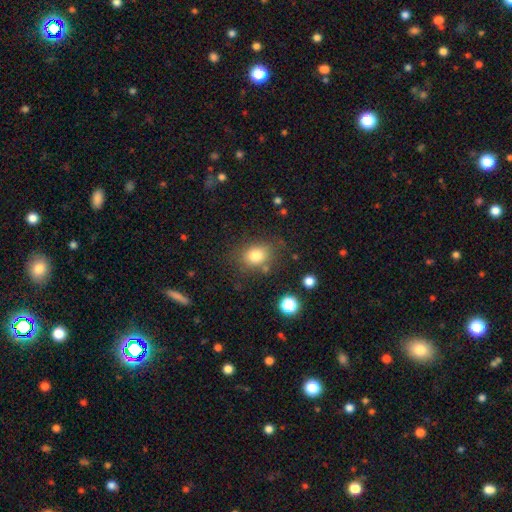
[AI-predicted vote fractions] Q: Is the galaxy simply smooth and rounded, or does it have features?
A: smooth — 79%.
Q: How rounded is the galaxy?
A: in between — 50%.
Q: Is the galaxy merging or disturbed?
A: none — 74%.